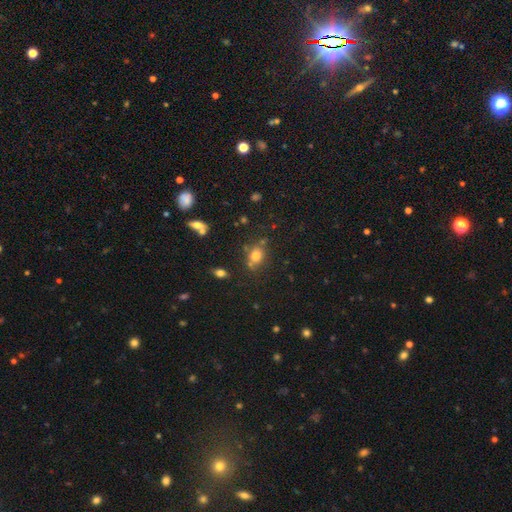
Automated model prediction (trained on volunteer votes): Smooth or featured? smooth (75%)
How rounded? round (50%)
Merging? none (66%)